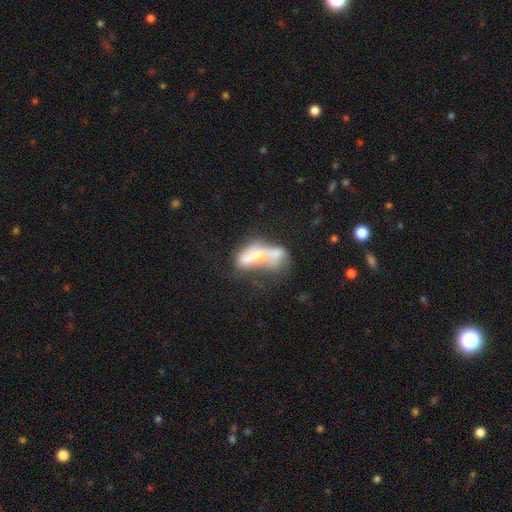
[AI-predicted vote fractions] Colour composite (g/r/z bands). It shows a featured or disk galaxy (49%). Merging: merger (51%).